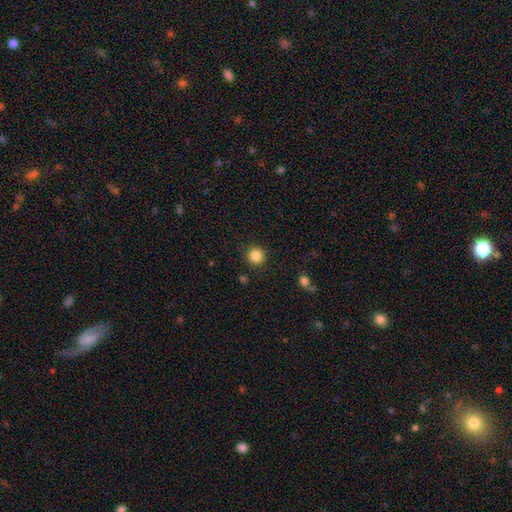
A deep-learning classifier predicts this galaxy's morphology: A smooth galaxy with no disk features (86%) that is round (95%).

Vote fractions:
- Smooth or featured? smooth: 86% / star or artifact: 11% / featured or disk: 4%
- How rounded? round: 95% / in between: 4% / cigar-shaped: 1%
- Merging? none: 90% / minor disturbance: 6% / major disturbance: 2% / merger: 2%